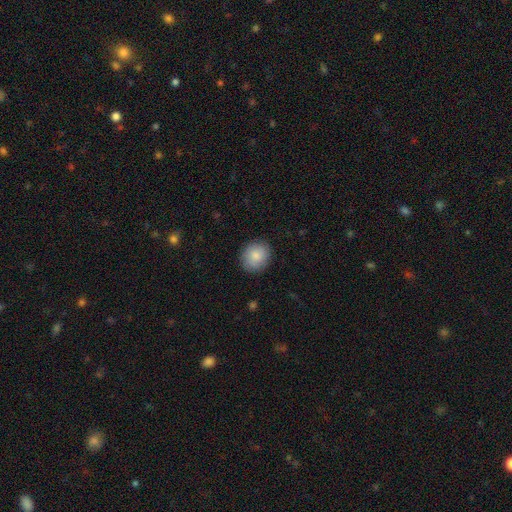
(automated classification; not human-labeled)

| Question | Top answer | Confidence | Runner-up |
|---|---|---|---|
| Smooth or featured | smooth | 86% | star or artifact (7%) |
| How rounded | round | 71% | in between (28%) |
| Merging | none | 87% | minor disturbance (10%) |